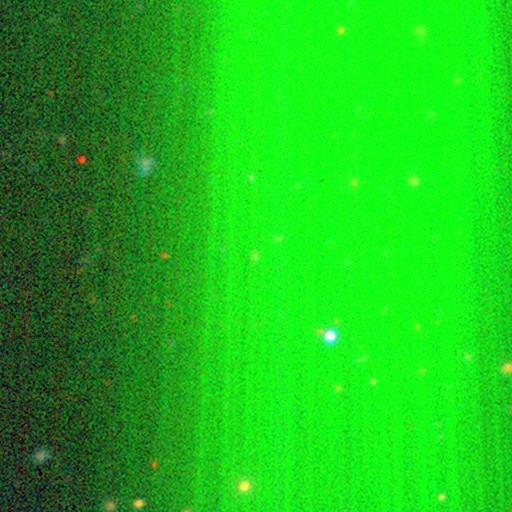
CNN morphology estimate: This appears to be a star or artifact, not a galaxy (82%).